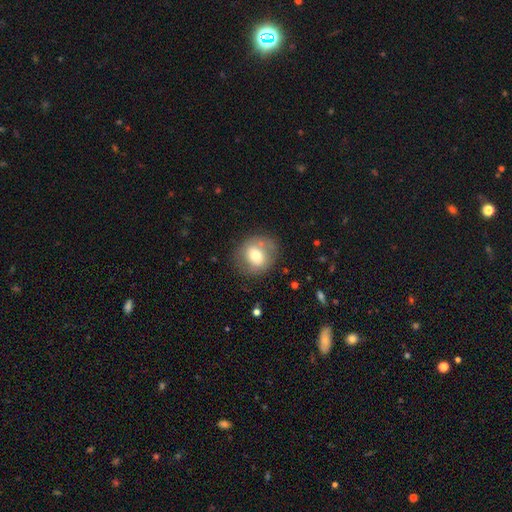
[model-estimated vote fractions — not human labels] Smooth or featured: smooth — 64% (featured or disk — 28%)
How rounded: round — 71% (in between — 28%)
Merging: none — 73% (minor disturbance — 17%)